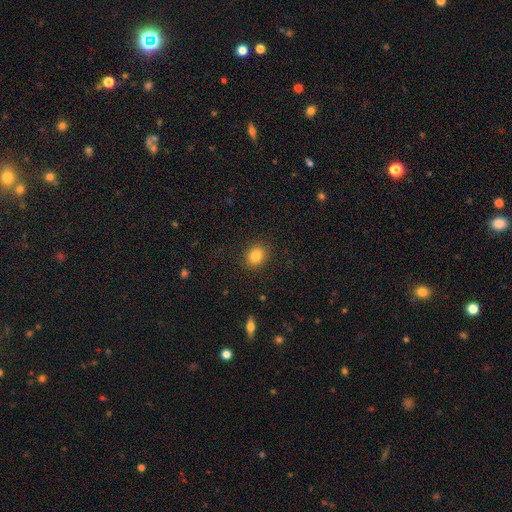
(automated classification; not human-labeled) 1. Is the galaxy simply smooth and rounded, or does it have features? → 83% smooth, 10% star or artifact, 7% featured or disk.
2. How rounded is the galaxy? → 60% round, 39% in between, 1% cigar-shaped.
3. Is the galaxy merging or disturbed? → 89% none, 8% minor disturbance, 3% major disturbance, 1% merger.